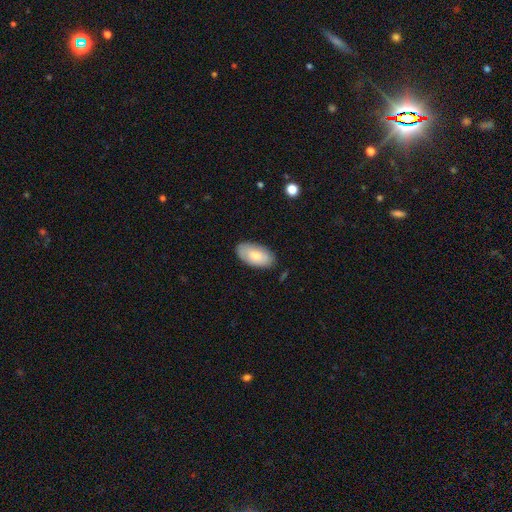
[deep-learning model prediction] Smooth or featured: smooth — 75% (featured or disk — 19%)
How rounded: in between — 95% (cigar-shaped — 3%)
Merging: none — 83% (minor disturbance — 13%)